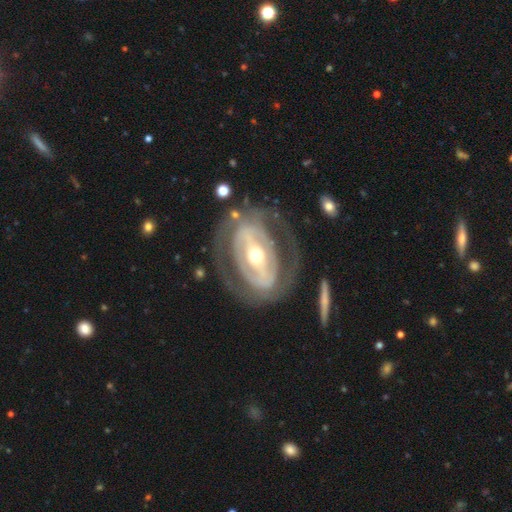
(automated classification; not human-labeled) This appears to be a featured or disk galaxy (80%) with a strong bar (52%), no spiral arms (52%) and a moderate central bulge (61%). Merging: none (71%).